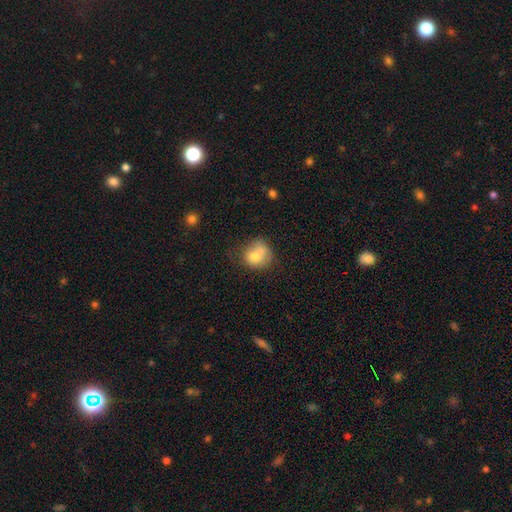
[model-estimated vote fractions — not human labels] This appears to be a smooth galaxy with no disk features (76%) that is round (71%). Merging: none (43%).